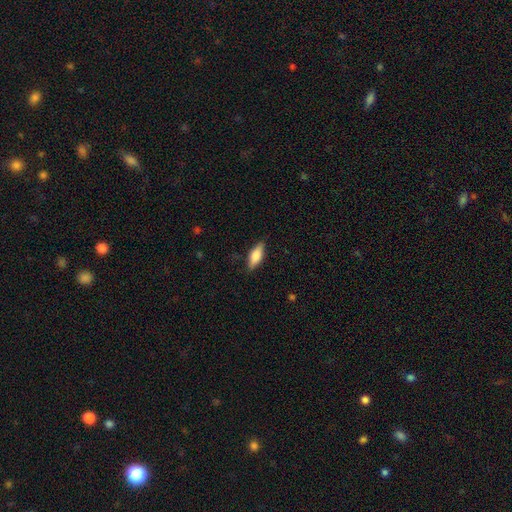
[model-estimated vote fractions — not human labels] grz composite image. It shows a smooth galaxy with no disk features (75%) that is in between round and cigar-shaped (72%). Merging: none (82%).